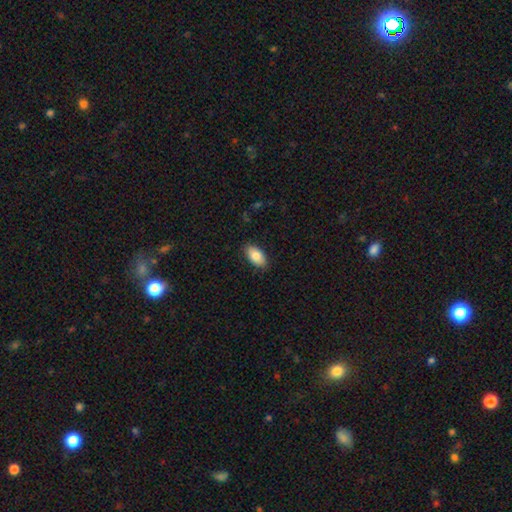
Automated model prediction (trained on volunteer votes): A smooth galaxy with no disk features (85%) that is in between round and cigar-shaped (94%). Merging: none (87%).